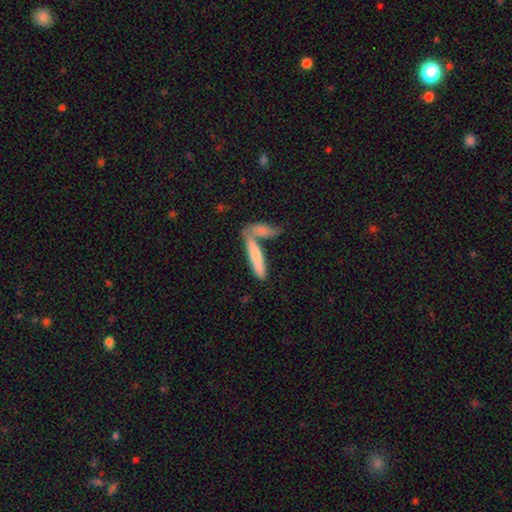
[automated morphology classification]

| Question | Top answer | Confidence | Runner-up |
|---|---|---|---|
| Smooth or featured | smooth | 71% | featured or disk (23%) |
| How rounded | cigar-shaped | 77% | in between (21%) |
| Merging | merger | 43% | none (42%) |